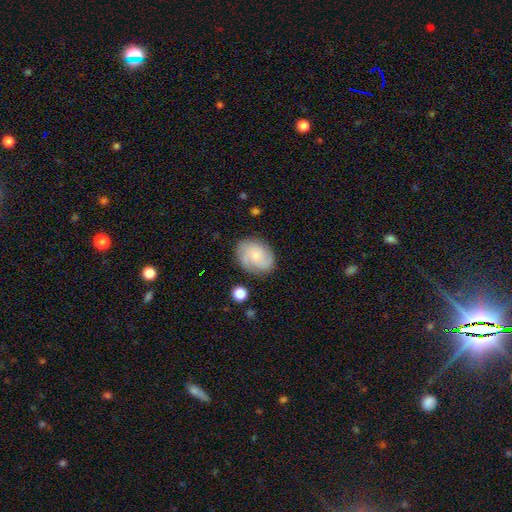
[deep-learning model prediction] A featured or disk galaxy (61%) with no bar (77%), 3 (37%) tight (46%) spiral arms (93%) and a small central bulge (66%). Merging: none (79%).